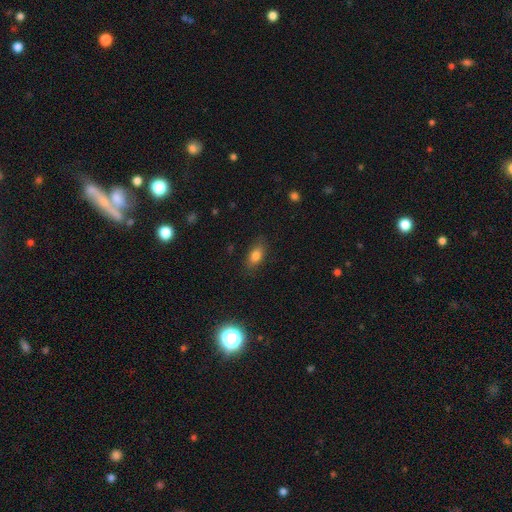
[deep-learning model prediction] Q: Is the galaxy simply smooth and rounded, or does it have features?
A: smooth — 79%.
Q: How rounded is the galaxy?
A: in between — 84%.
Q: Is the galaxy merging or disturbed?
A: none — 82%.